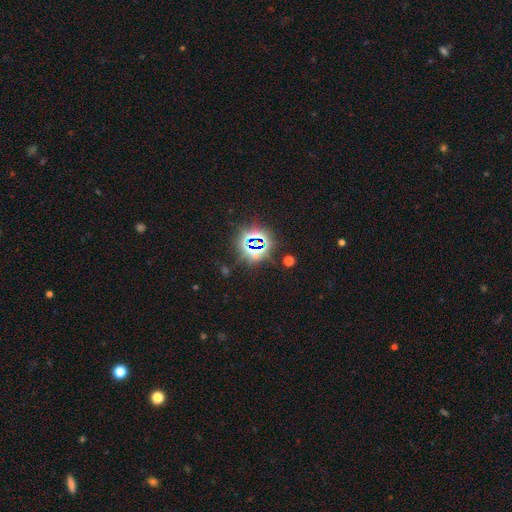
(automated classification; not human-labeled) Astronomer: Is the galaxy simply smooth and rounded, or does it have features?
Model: star or artifact — 78%.